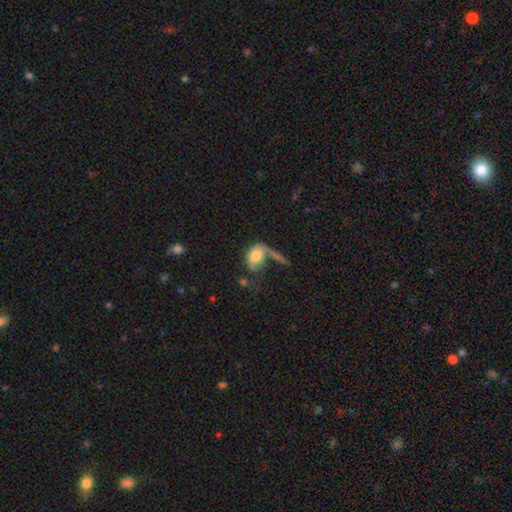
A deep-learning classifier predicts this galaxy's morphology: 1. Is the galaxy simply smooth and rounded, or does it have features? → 66% smooth, 26% featured or disk, 8% star or artifact.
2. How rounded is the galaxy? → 75% in between, 22% round, 3% cigar-shaped.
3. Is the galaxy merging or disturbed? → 36% major disturbance, 26% merger, 24% none, 15% minor disturbance.